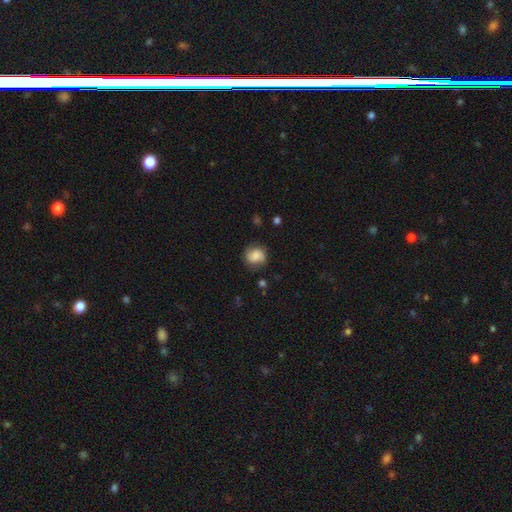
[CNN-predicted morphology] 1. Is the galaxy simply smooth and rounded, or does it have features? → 66% smooth, 25% featured or disk, 9% star or artifact.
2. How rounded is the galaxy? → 75% round, 24% in between, 1% cigar-shaped.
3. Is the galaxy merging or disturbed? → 70% none, 21% minor disturbance, 8% major disturbance, 2% merger.